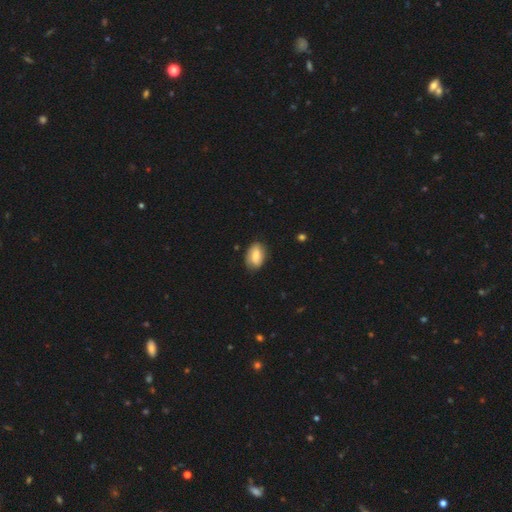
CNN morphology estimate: Smooth or featured? Predicted: smooth (p=0.72). How rounded? Predicted: in between (p=0.88). Merging? Predicted: none (p=0.79).